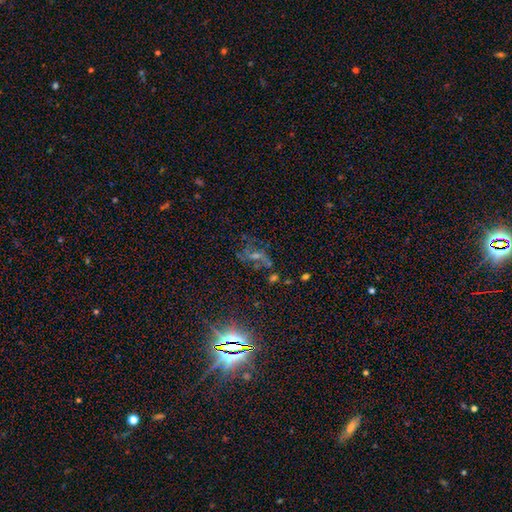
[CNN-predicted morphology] smooth_or_featured: star or artifact (p=0.42) [alt: featured or disk p=0.40]